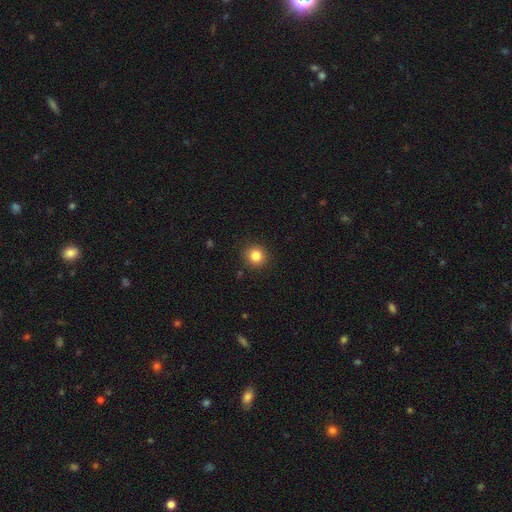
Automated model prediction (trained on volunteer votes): Morphology: type=smooth (83%); roundness=round (92%); merging=none (91%).